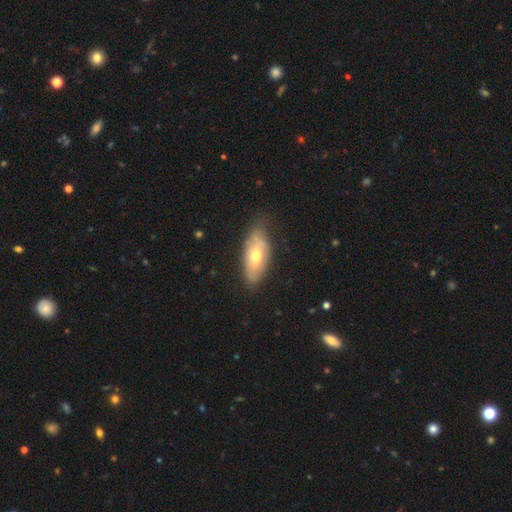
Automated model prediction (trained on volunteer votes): smooth_or_featured: smooth (p=0.50) [alt: featured or disk p=0.44]
merging: none (p=0.61) [alt: minor disturbance p=0.30]